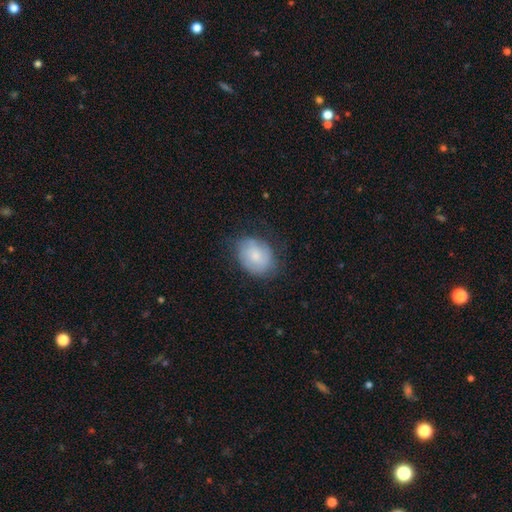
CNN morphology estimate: This is likely a smooth galaxy (69%). How rounded: likely in between (62%). Merging: likely none (67%).